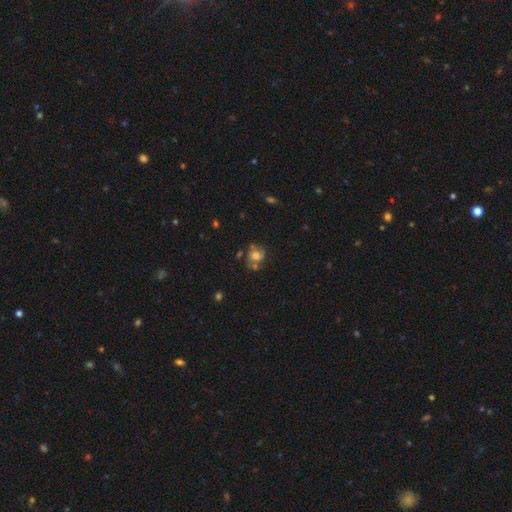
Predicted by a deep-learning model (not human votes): The model was most divided on "smooth or featured": smooth: 52%, featured or disk: 36%, star or artifact: 12%. Remaining: how rounded — round (67%); merging — none (48%).